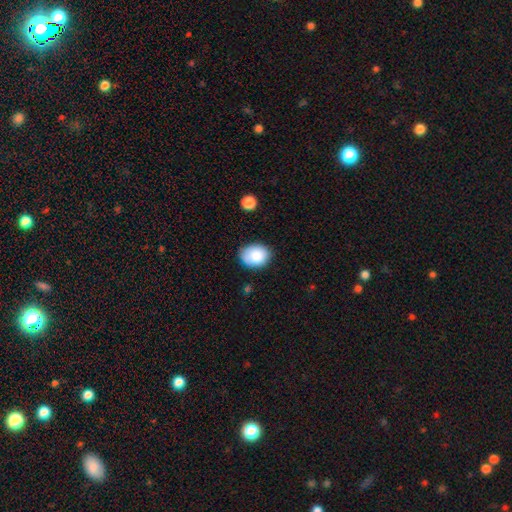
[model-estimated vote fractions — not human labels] A smooth galaxy with no disk features (86%) that is in between round and cigar-shaped (58%).

Vote fractions:
- Smooth or featured? smooth: 86% / star or artifact: 8% / featured or disk: 6%
- How rounded? in between: 58% / round: 41% / cigar-shaped: 1%
- Merging? none: 77% / minor disturbance: 17% / major disturbance: 3% / merger: 2%